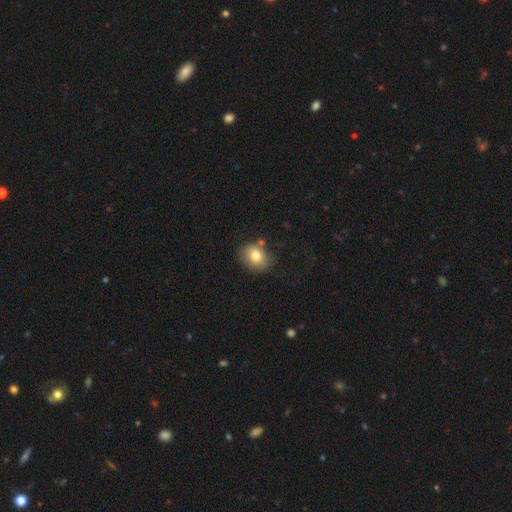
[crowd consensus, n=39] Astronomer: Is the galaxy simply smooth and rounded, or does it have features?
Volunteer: smooth — 82%.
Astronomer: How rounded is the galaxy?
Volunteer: round — 69%.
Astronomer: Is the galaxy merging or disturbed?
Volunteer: none — 50%.